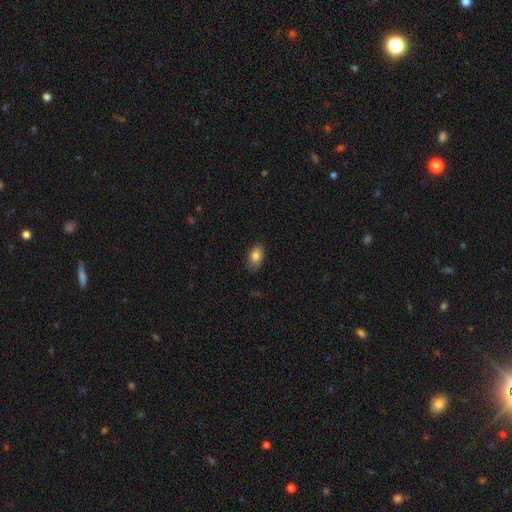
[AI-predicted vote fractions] smooth_or_featured: smooth (p=0.82) [alt: featured or disk p=0.11]
how_rounded: in between (p=0.90) [alt: round p=0.07]
merging: none (p=0.76) [alt: minor disturbance p=0.20]